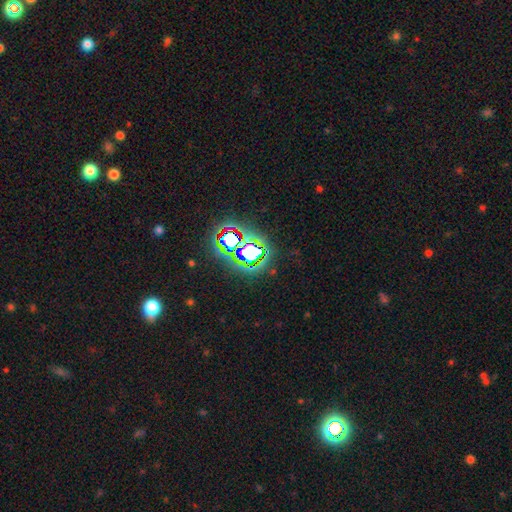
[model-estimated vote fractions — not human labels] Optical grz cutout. It shows a star or artifact, not a galaxy (65%).